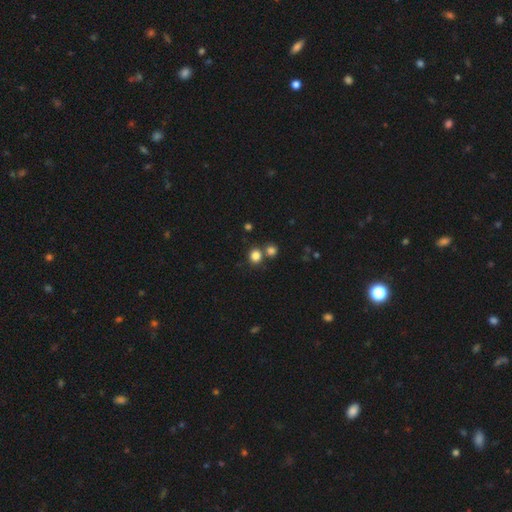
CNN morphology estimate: type=smooth (81%); roundness=round (86%); merging=none (68%).